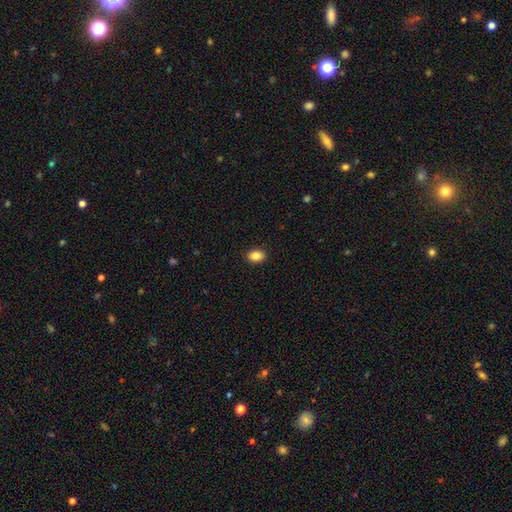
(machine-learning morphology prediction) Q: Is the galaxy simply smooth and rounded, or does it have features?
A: smooth — 87%.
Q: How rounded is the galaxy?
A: in between — 74%.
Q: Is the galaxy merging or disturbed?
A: none — 90%.